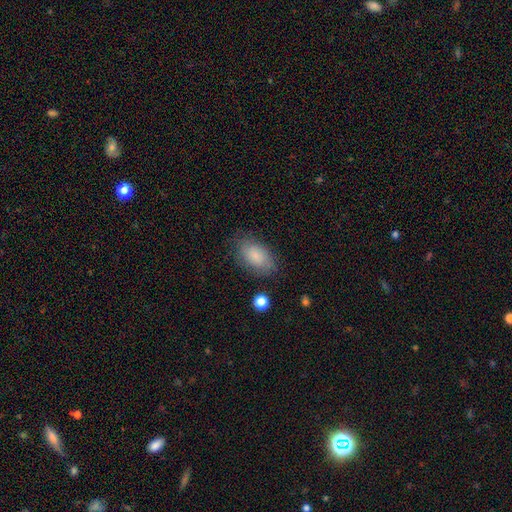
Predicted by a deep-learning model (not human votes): Smooth or featured? smooth (82%)
How rounded? in between (92%)
Merging? none (76%)